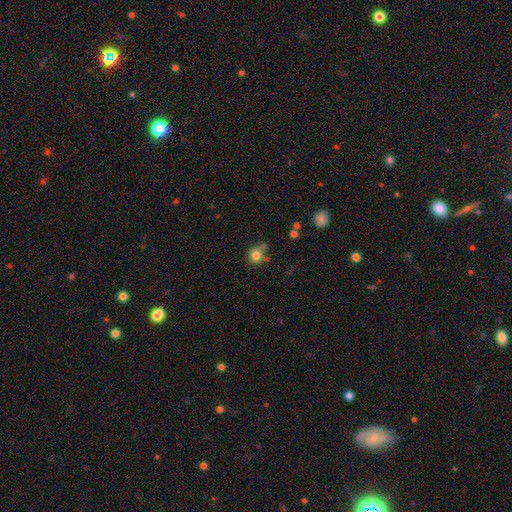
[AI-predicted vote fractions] This appears to be a smooth galaxy with no disk features (80%) that is round (83%). Merging: none (60%).